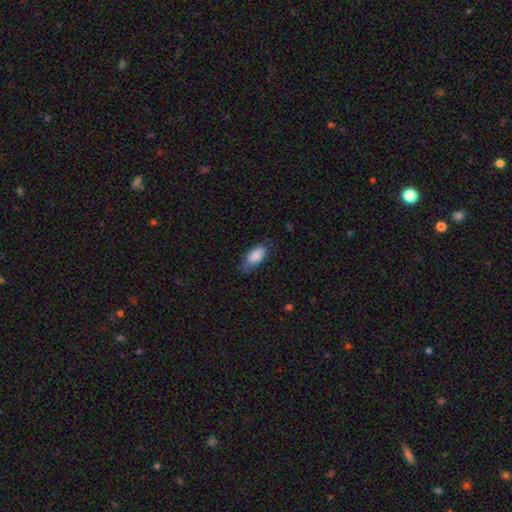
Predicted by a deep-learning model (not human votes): This appears to be a smooth galaxy with no disk features (83%) that is in between round and cigar-shaped (91%). Merging: none (59%).